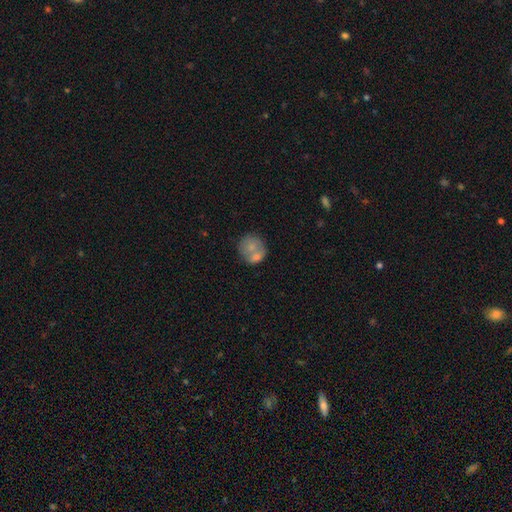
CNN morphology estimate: A smooth galaxy with no disk features (64%) that is round (84%).

Vote fractions:
- Smooth or featured? smooth: 64% / featured or disk: 26% / star or artifact: 10%
- How rounded? round: 84% / in between: 15% / cigar-shaped: 1%
- Merging? none: 49% / merger: 34% / minor disturbance: 11% / major disturbance: 5%